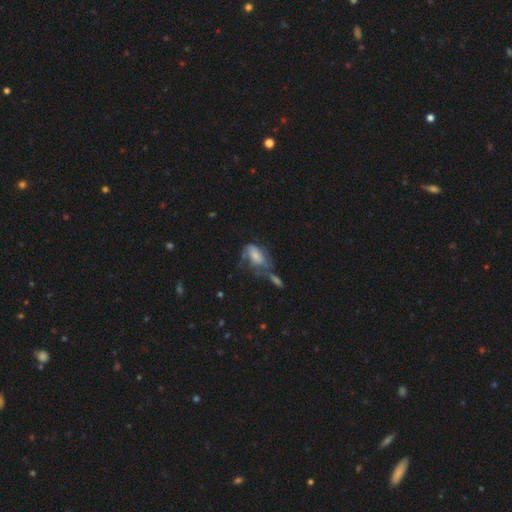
smooth_or_featured: smooth (p=0.61) [alt: featured or disk p=0.34]
how_rounded: in between (p=1.00)
merging: major disturbance (p=0.33) [tied with: merger p=0.33]